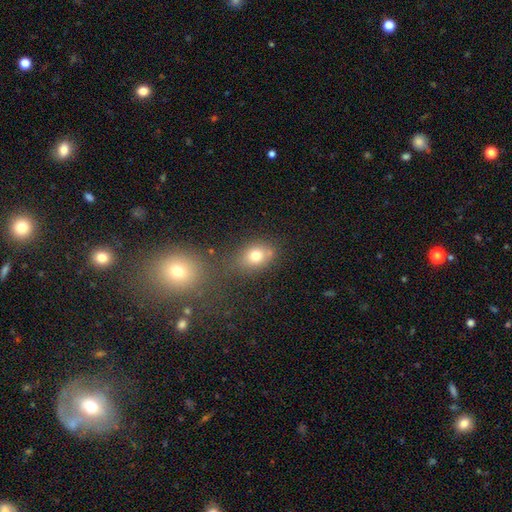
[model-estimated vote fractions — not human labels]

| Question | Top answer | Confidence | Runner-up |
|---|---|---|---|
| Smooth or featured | smooth | 74% | star or artifact (14%) |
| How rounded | in between | 56% | round (42%) |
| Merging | none | 62% | merger (17%) |